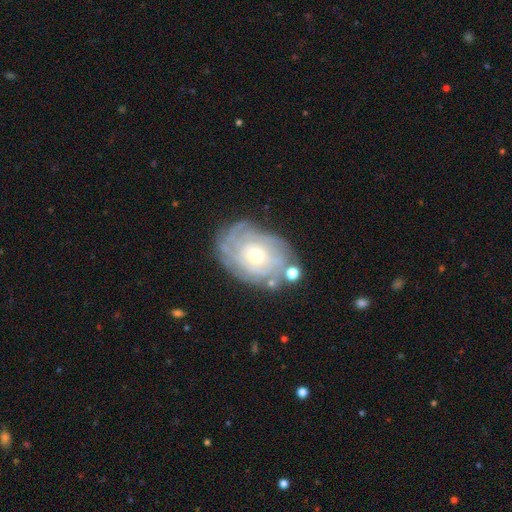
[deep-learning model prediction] smooth-or-featured: featured or disk: 82% | smooth: 12% | star or artifact: 7%
  disk-edge-on: no: 96% | yes: 4%
    bar: no: 80% | weak: 16% | strong: 3%
    has-spiral-arms: yes: 91% | no: 9%
      spiral-winding: tight: 77% | medium: 18% | loose: 5%
      spiral-arm-count: can't tell: 45% | 4: 17% | more than 4: 12% | 3: 12% | 2: 8% | 1: 5%
    bulge-size: moderate: 50% | small: 46% | large: 3% | none: 1% | dominant: 1%
  merging: none: 70% | minor disturbance: 18% | major disturbance: 7% | merger: 5%